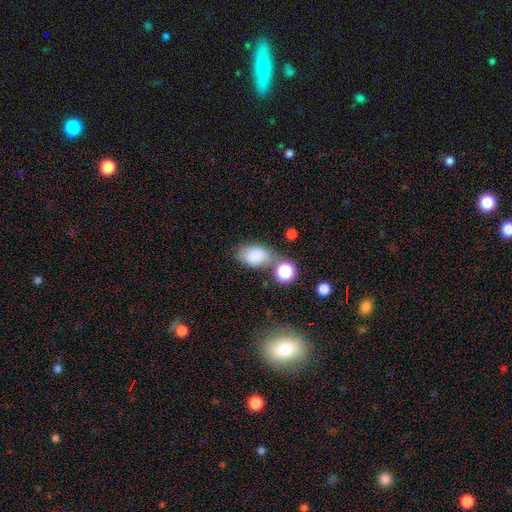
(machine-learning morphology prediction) Q: Smooth or featured?
A: smooth (81%); runner-up: star or artifact (10%)
Q: How rounded?
A: in between (87%); runner-up: round (11%)
Q: Merging?
A: none (55%); runner-up: minor disturbance (20%)